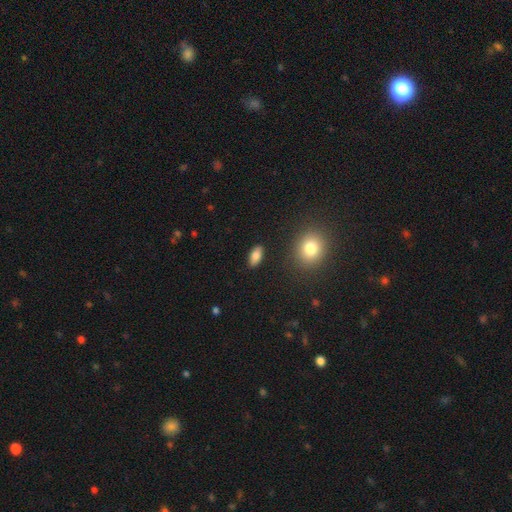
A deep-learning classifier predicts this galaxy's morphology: A smooth galaxy with no disk features (82%) that is in between round and cigar-shaped (87%). Merging: none (89%).